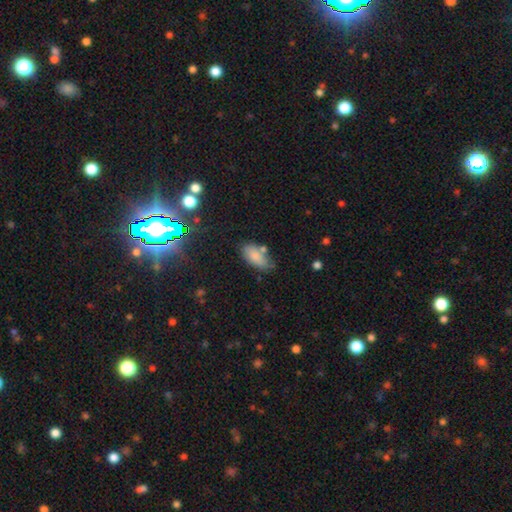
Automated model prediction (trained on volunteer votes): Q: Smooth or featured?
A: smooth (81%); runner-up: featured or disk (10%)
Q: How rounded?
A: in between (90%); runner-up: cigar-shaped (7%)
Q: Merging?
A: none (66%); runner-up: minor disturbance (19%)